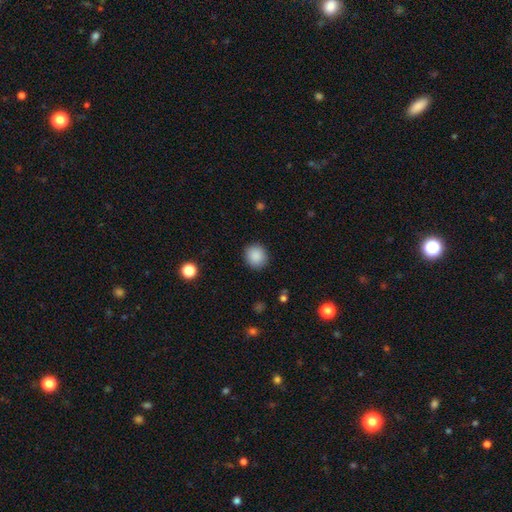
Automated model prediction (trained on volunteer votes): The model was most divided on "how rounded": round: 87%, in between: 12%, cigar-shaped: 1%. More confident: merging — none (90%); smooth or featured — smooth (88%).